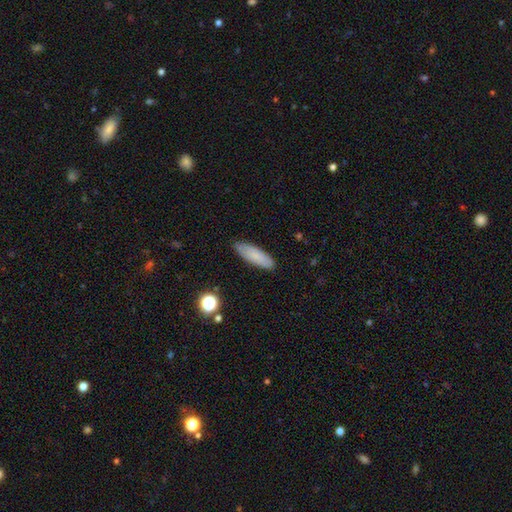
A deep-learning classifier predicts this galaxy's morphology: A smooth galaxy with no disk features (80%) that is cigar-shaped (50%). Merging: none (86%).